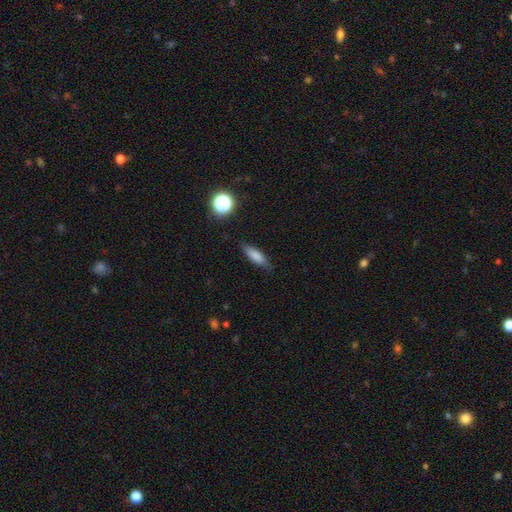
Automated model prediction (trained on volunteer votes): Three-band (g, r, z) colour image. It shows a smooth galaxy with no disk features (78%) that is in between round and cigar-shaped (49%). Merging: none (80%).